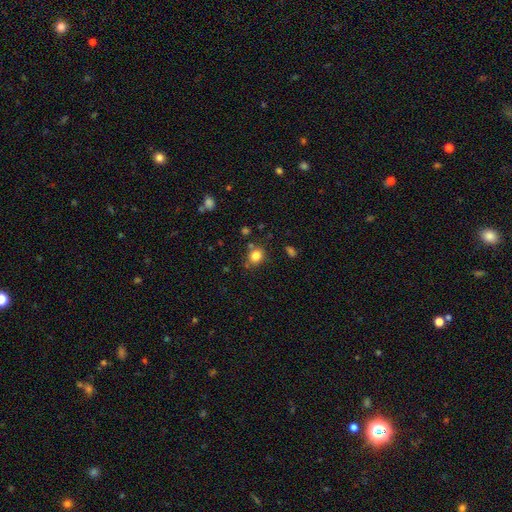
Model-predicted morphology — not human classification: Q: Smooth or featured?
A: smooth (82%); runner-up: star or artifact (12%)
Q: How rounded?
A: round (67%); runner-up: in between (32%)
Q: Merging?
A: none (76%); runner-up: minor disturbance (14%)